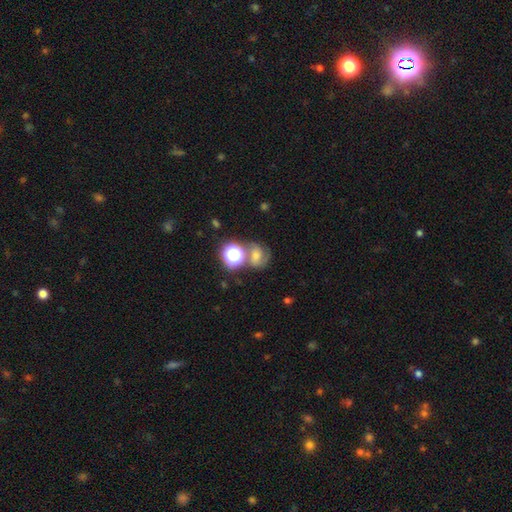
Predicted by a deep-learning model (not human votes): Smooth or featured? Predicted: featured or disk (p=0.39). Merging? Predicted: none (p=0.57).